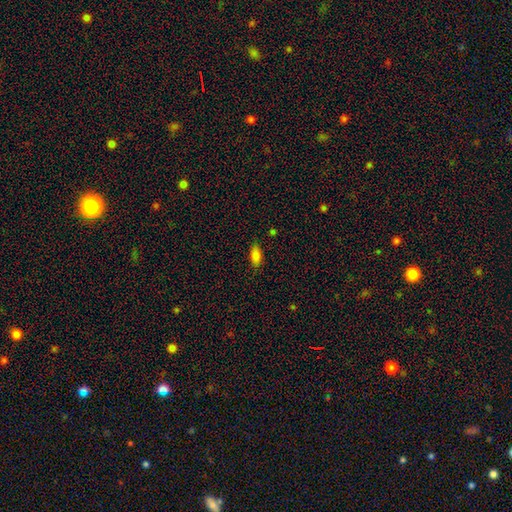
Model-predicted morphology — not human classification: type=smooth (85%); roundness=in between (87%); merging=none (83%).